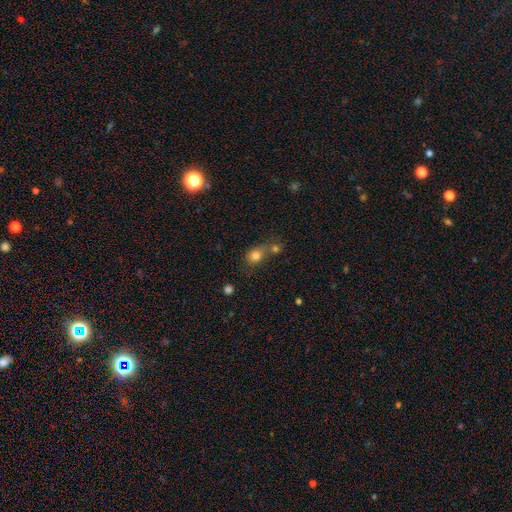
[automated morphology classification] The model was most divided on "merging": none: 43%, merger: 39%, minor disturbance: 12%, major disturbance: 6%. More confident: smooth or featured — smooth (79%); how rounded — round (66%).